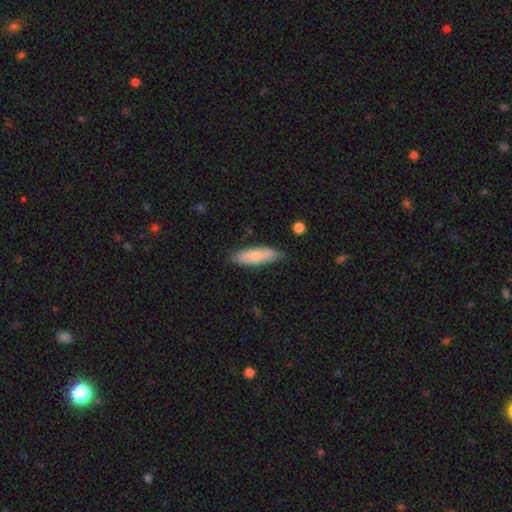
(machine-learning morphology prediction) The model was most divided on "how rounded": in between: 51%, cigar-shaped: 47%, round: 2%. More confident: merging — none (79%); smooth or featured — smooth (76%).